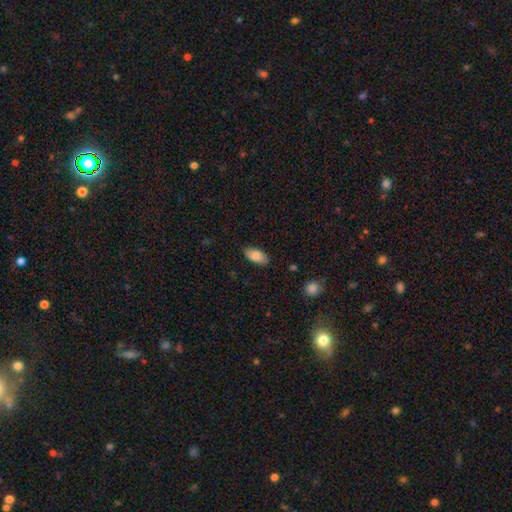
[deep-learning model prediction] smooth-or-featured: smooth: 81% | featured or disk: 12% | star or artifact: 7%
  how-rounded: in between: 92% | cigar-shaped: 6% | round: 3%
  merging: none: 86% | minor disturbance: 11% | major disturbance: 2% | merger: 1%